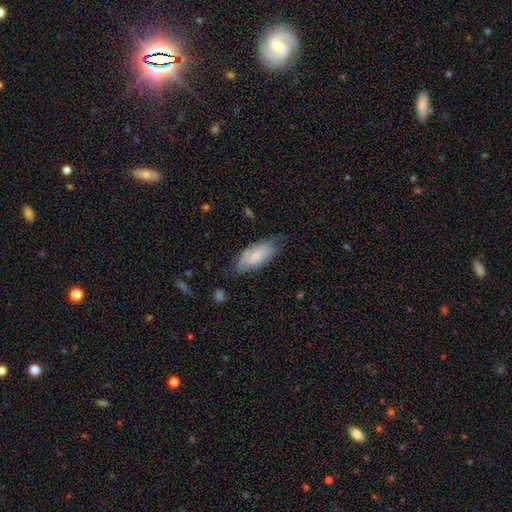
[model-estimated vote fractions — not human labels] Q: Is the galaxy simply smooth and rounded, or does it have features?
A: smooth — 77%.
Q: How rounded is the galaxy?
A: in between — 84%.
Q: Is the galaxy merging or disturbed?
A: none — 66%.